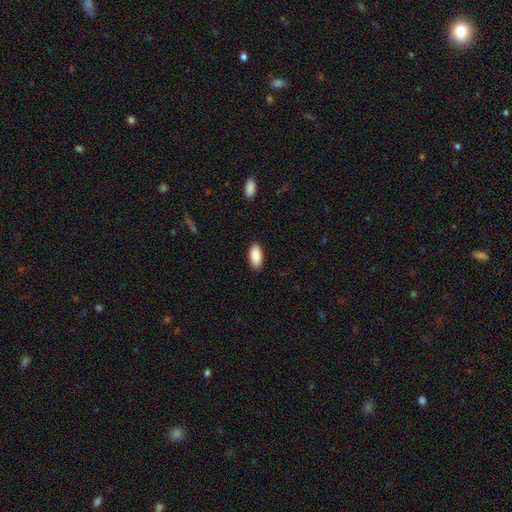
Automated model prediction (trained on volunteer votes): smooth 88%, star or artifact 6%, featured or disk 6%. Down the decision tree: how rounded — in between (92%); merging — none (88%).